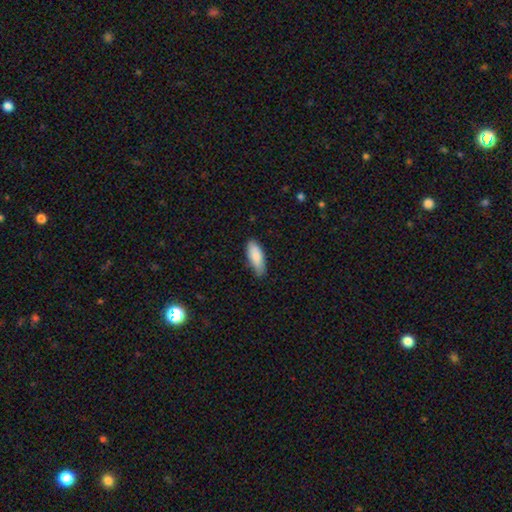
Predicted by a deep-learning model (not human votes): Q: Smooth or featured?
A: smooth (85%); runner-up: featured or disk (10%)
Q: How rounded?
A: in between (74%); runner-up: cigar-shaped (25%)
Q: Merging?
A: none (74%); runner-up: minor disturbance (22%)